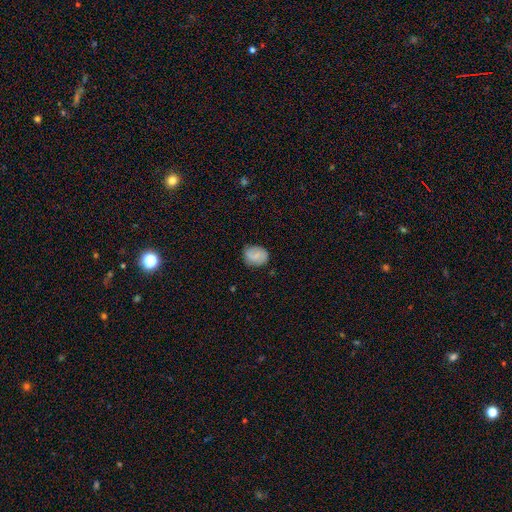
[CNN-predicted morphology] Smooth or featured: smooth — 61% (featured or disk — 31%)
How rounded: round — 60% (in between — 39%)
Merging: none — 77% (minor disturbance — 17%)